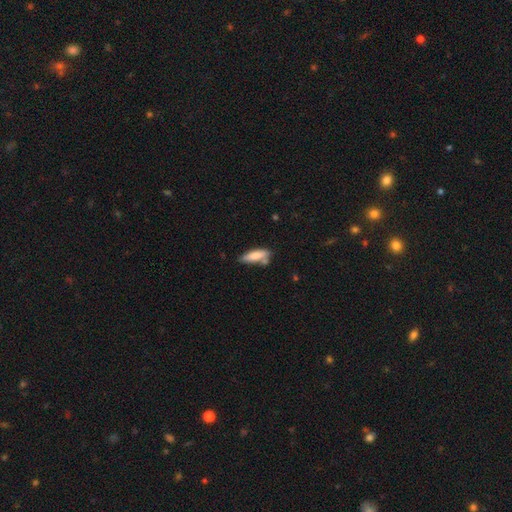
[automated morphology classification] type=smooth (79%); roundness=cigar-shaped (50%); merging=none (58%).